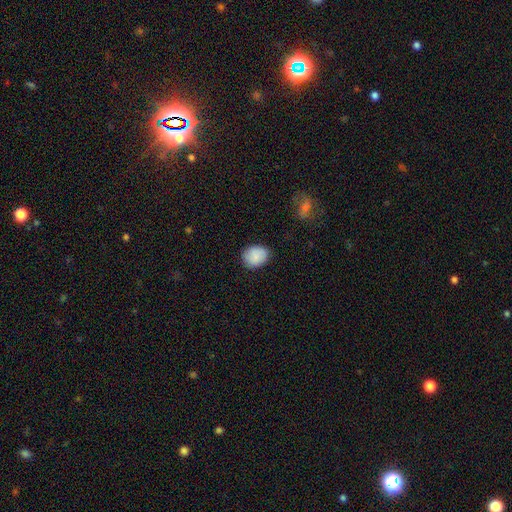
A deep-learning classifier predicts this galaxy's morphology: smooth_or_featured: smooth (p=0.86) [alt: featured or disk p=0.07]
how_rounded: round (p=0.53) [alt: in between p=0.46]
merging: none (p=0.83) [alt: minor disturbance p=0.13]